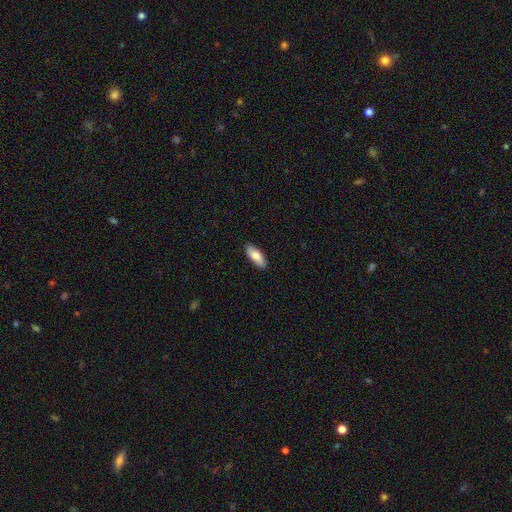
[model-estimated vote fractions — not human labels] Overall: smooth (79%). How rounded: in between (80%). Merging: none (88%).